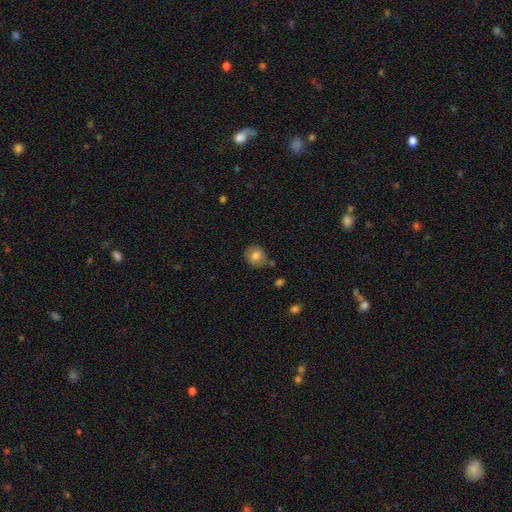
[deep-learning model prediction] Smooth or featured?
  - smooth: 77% *
  - featured or disk: 13%
  - star or artifact: 9%
How rounded?
  - round: 79% *
  - in between: 20%
  - cigar-shaped: 1%
Merging?
  - none: 78% *
  - minor disturbance: 15%
  - merger: 4%
  - major disturbance: 3%